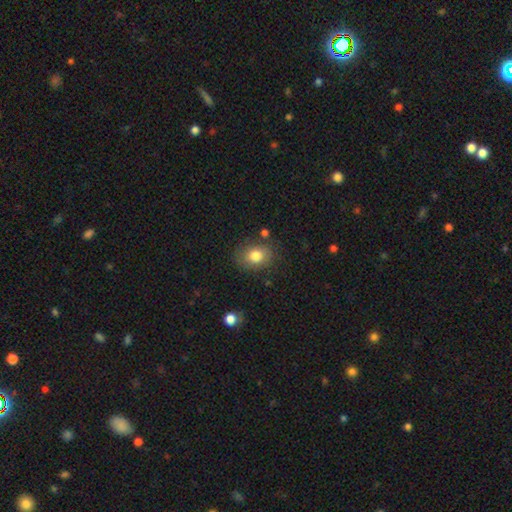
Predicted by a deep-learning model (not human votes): This appears to be a smooth galaxy with no disk features (80%) that is in between round and cigar-shaped (53%). Merging: none (79%).